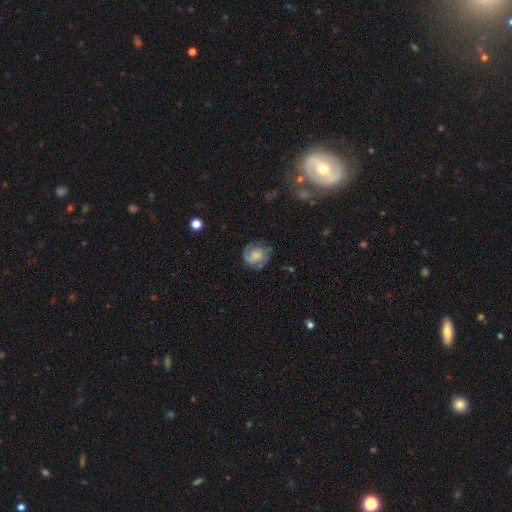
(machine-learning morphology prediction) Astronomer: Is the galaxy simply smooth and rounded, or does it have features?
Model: smooth — 55% (runner-up: featured or disk, 37%).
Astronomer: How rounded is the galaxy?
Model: round — 77%.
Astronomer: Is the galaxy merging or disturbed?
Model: none — 65%.